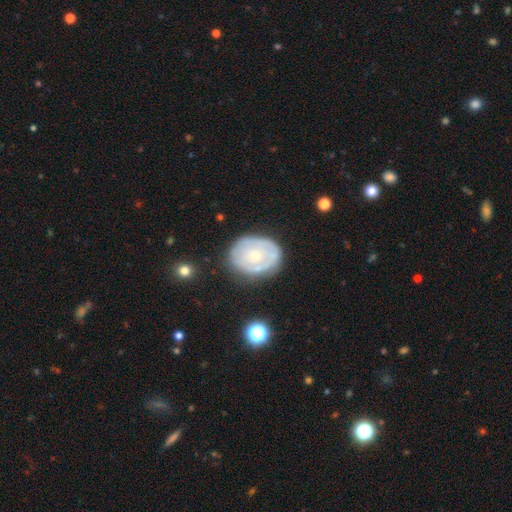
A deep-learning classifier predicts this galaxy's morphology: This is possibly a featured or disk galaxy (57%). It is clearly not viewed edge-on (96%). Bar: clearly no (88%). Spiral arm pattern: possibly no (59%). Central bulge: likely small (64%). Merging: likely none (70%).